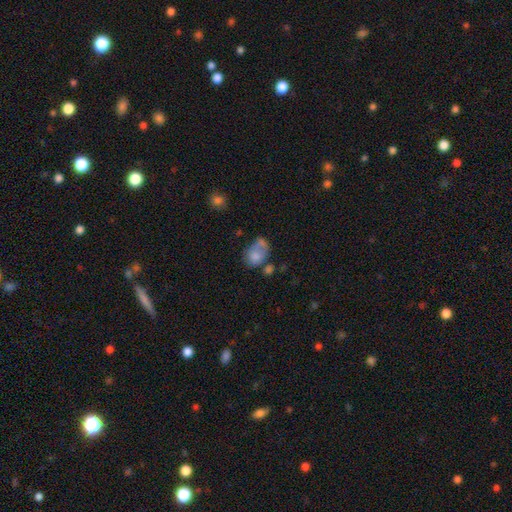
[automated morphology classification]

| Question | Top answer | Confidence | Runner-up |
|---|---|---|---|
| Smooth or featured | smooth | 69% | featured or disk (21%) |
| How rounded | in between | 72% | round (27%) |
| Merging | none | 28% | merger (25%) |